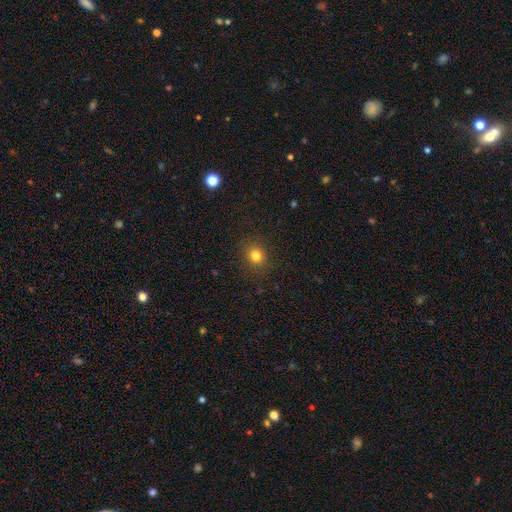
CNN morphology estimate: Smooth or featured? Predicted: smooth (p=0.80). How rounded? Predicted: round (p=0.77). Merging? Predicted: none (p=0.88).